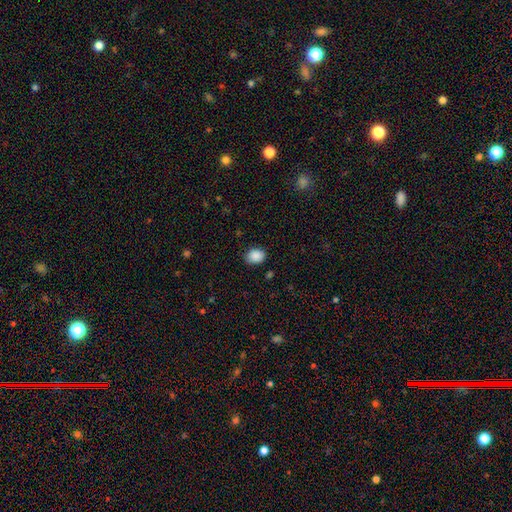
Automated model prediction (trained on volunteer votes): Smooth or featured? Predicted: smooth (p=0.89). How rounded? Predicted: in between (p=0.58). Merging? Predicted: none (p=0.85).